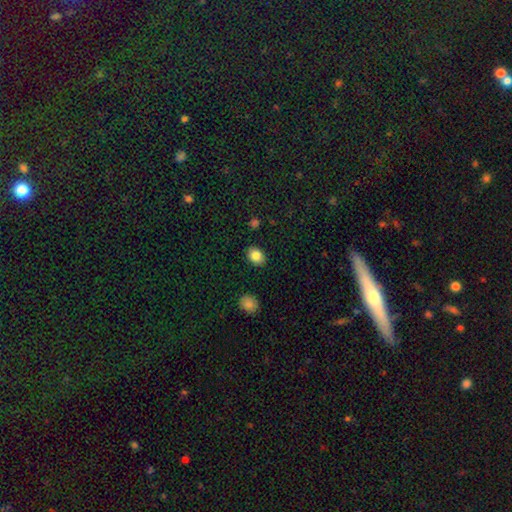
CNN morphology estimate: The model was most divided on "how rounded": in between: 70%, round: 29%, cigar-shaped: 1%. More confident: merging — none (88%); smooth or featured — smooth (85%).